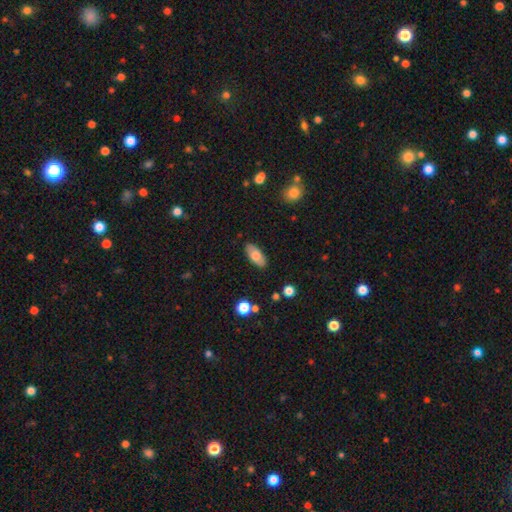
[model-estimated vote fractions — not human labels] Smooth or featured?
  - smooth: 73% *
  - featured or disk: 21%
  - star or artifact: 7%
How rounded?
  - in between: 88% *
  - cigar-shaped: 9%
  - round: 3%
Merging?
  - none: 87% *
  - minor disturbance: 10%
  - major disturbance: 2%
  - merger: 1%